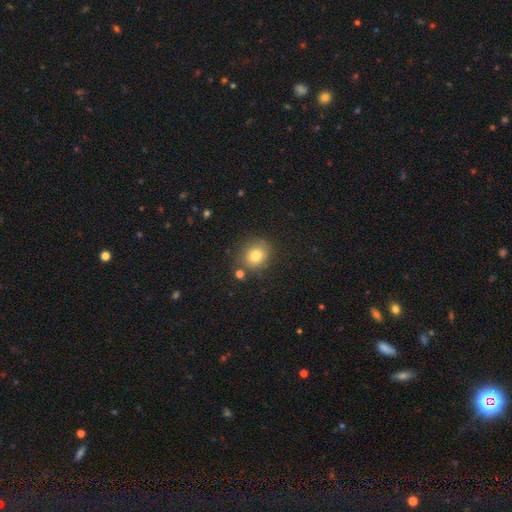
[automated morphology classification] This appears to be a smooth galaxy with no disk features (79%) that is round (78%). Merging: none (78%).